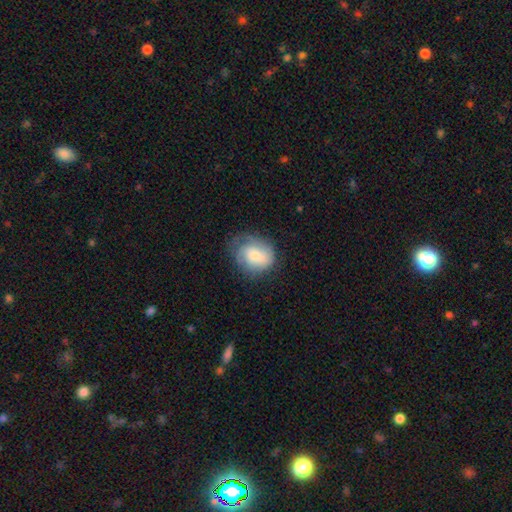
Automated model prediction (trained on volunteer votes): This is possibly a smooth galaxy (55%). How rounded: possibly round (57%). Merging: likely none (60%).